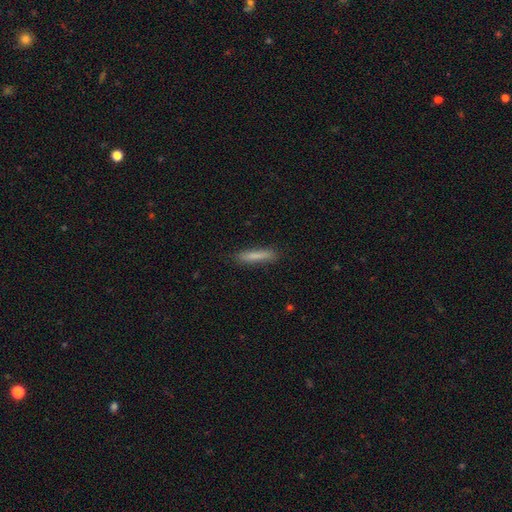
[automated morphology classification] A smooth galaxy with no disk features (80%) that is cigar-shaped (91%).

Vote fractions:
- Smooth or featured? smooth: 80% / featured or disk: 13% / star or artifact: 7%
- How rounded? cigar-shaped: 91% / in between: 7% / round: 1%
- Merging? none: 87% / minor disturbance: 9% / major disturbance: 2% / merger: 1%